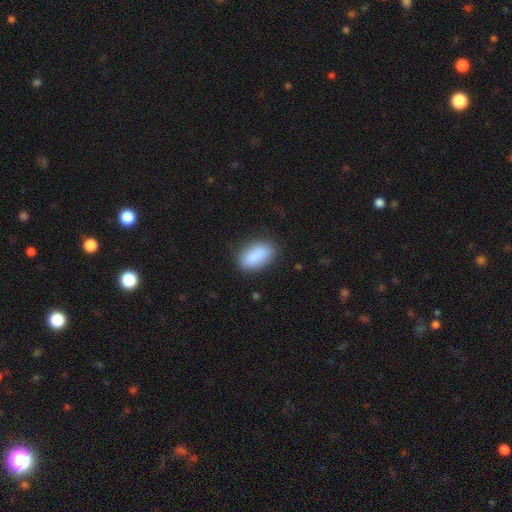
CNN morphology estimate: Smooth or featured: smooth — 84% (featured or disk — 8%)
How rounded: in between — 90% (round — 7%)
Merging: none — 75% (minor disturbance — 16%)